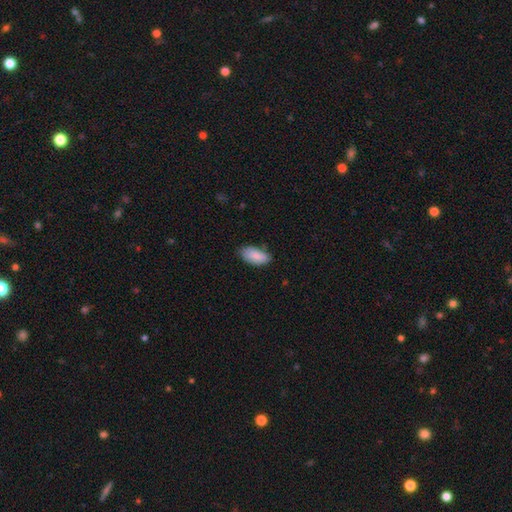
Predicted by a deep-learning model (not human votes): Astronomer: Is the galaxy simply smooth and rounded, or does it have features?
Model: smooth — 88%.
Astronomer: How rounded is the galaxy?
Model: in between — 93%.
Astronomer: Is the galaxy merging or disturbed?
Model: none — 73%.